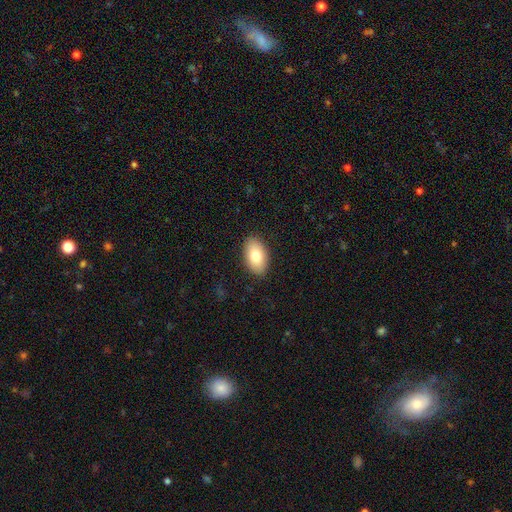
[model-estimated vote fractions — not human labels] Smooth or featured: smooth — 80% (featured or disk — 13%)
How rounded: in between — 93% (round — 5%)
Merging: none — 89% (minor disturbance — 8%)